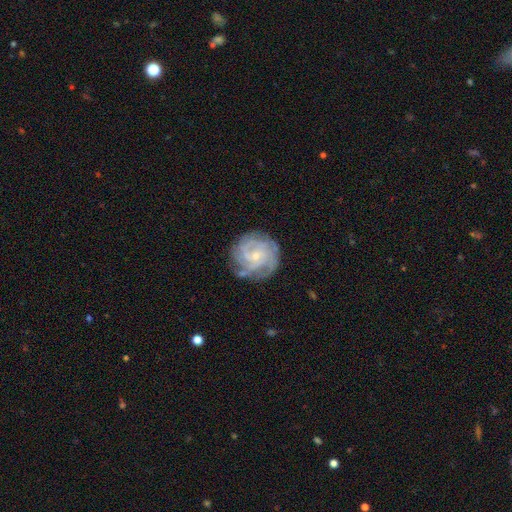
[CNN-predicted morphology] smooth_or_featured: featured or disk (p=0.84) [alt: smooth p=0.10]
disk_edge_on: no (p=0.98) [alt: yes p=0.02]
bar: no (p=0.63) [alt: weak p=0.31]
has_spiral_arms: yes (p=0.95) [alt: no p=0.05]
spiral_winding: tight (p=0.70) [alt: medium p=0.25]
spiral_arm_count: can't tell (p=0.29) [alt: 3 p=0.24]
bulge_size: small (p=0.74) [alt: moderate p=0.22]
merging: none (p=0.75) [alt: minor disturbance p=0.17]